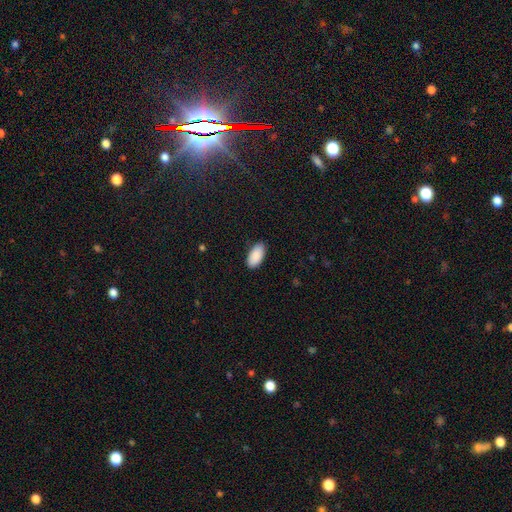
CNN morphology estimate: A smooth galaxy with no disk features (90%) that is in between round and cigar-shaped (94%). Merging: none (87%).